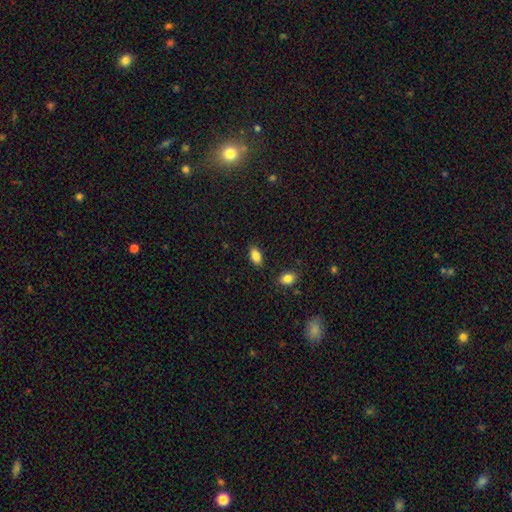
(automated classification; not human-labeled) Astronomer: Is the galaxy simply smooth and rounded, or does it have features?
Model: smooth — 86%.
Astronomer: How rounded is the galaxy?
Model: in between — 91%.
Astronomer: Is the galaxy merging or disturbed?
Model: none — 85%.